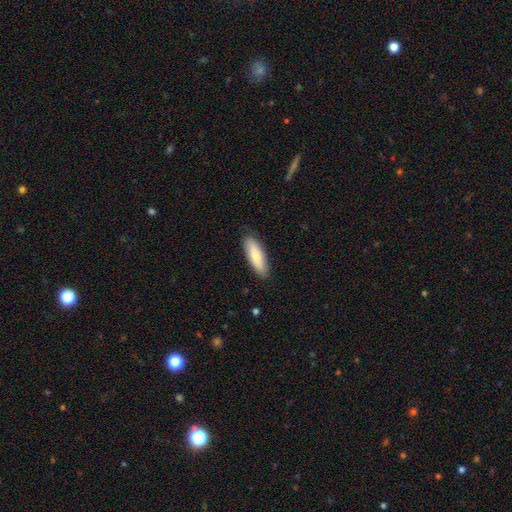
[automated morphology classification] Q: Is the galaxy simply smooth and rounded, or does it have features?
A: smooth — 76%.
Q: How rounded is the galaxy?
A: cigar-shaped — 50%.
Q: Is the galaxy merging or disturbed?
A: none — 87%.